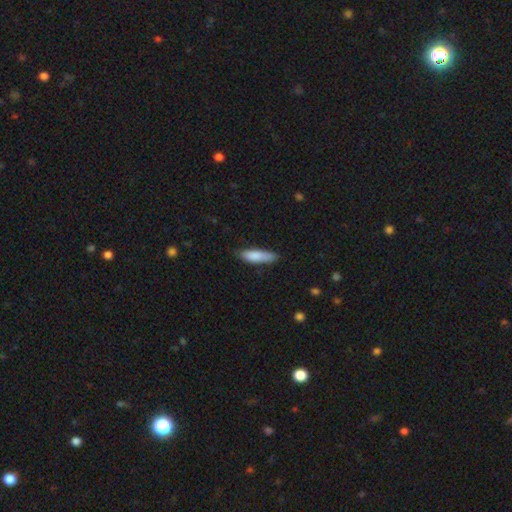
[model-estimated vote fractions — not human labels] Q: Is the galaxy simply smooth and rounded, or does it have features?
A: smooth — 83%.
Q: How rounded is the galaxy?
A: cigar-shaped — 66%.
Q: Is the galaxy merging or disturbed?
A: none — 77%.